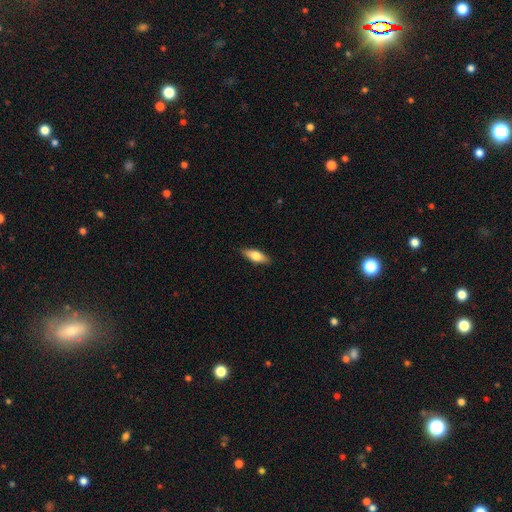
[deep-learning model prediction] smooth_or_featured: smooth (p=0.68) [alt: featured or disk p=0.26]
how_rounded: in between (p=0.65) [alt: cigar-shaped p=0.32]
merging: none (p=0.89) [alt: minor disturbance p=0.09]